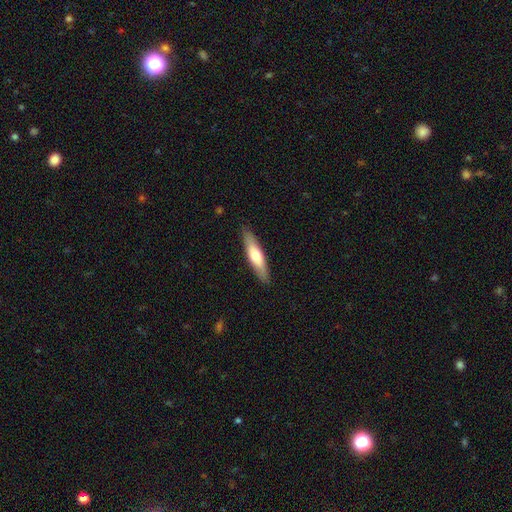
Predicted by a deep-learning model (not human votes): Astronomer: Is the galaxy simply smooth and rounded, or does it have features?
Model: smooth — 58% (runner-up: featured or disk, 37%).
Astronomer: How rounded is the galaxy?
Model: cigar-shaped — 77%.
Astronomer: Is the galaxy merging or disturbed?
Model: none — 89%.